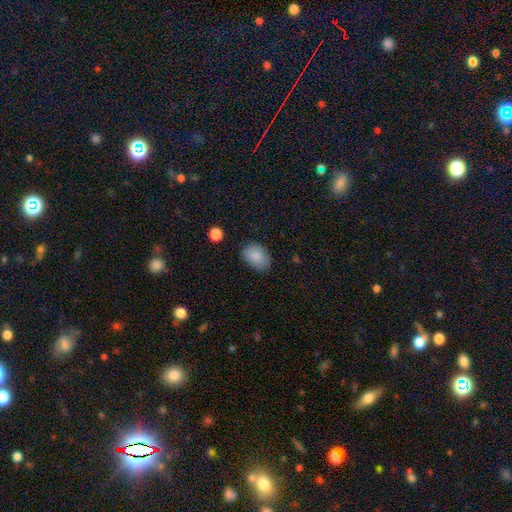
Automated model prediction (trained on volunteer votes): Smooth or featured?
  - smooth: 87% *
  - star or artifact: 7%
  - featured or disk: 6%
How rounded?
  - in between: 80% *
  - round: 19%
  - cigar-shaped: 1%
Merging?
  - none: 77% *
  - minor disturbance: 18%
  - major disturbance: 4%
  - merger: 2%